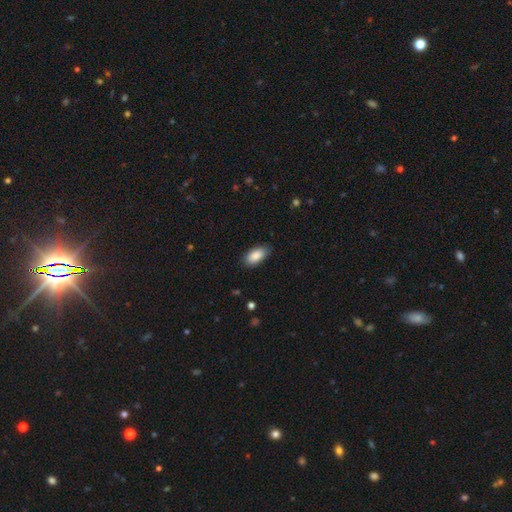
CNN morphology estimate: Q: Smooth or featured?
A: smooth (89%); runner-up: star or artifact (6%)
Q: How rounded?
A: in between (92%); runner-up: cigar-shaped (5%)
Q: Merging?
A: none (83%); runner-up: minor disturbance (14%)